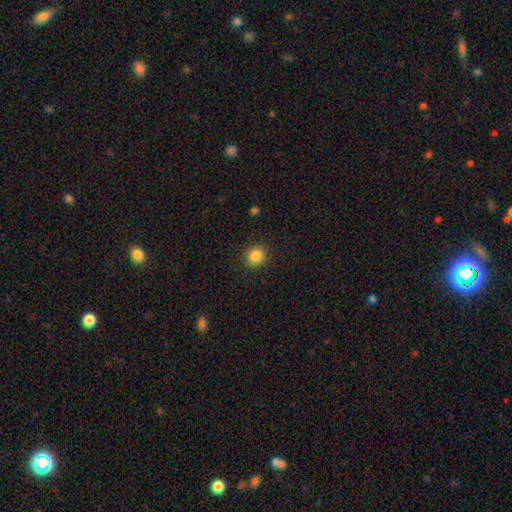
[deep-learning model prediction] Smooth or featured? Predicted: smooth (p=0.85). How rounded? Predicted: round (p=0.88). Merging? Predicted: none (p=0.91).